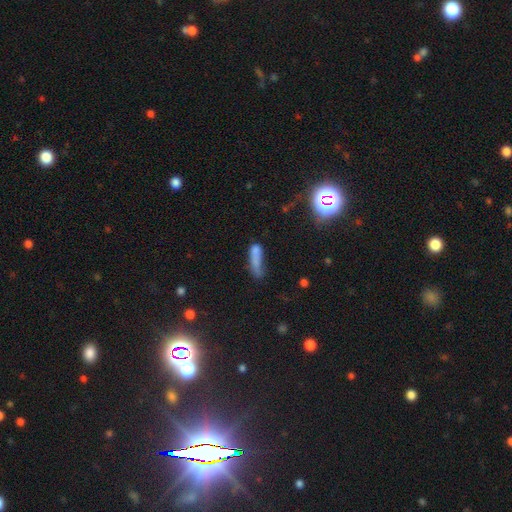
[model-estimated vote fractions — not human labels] smooth_or_featured: smooth (p=0.72) [alt: featured or disk p=0.16]
how_rounded: cigar-shaped (p=0.64) [alt: in between p=0.32]
merging: none (p=0.33) [alt: minor disturbance p=0.27]